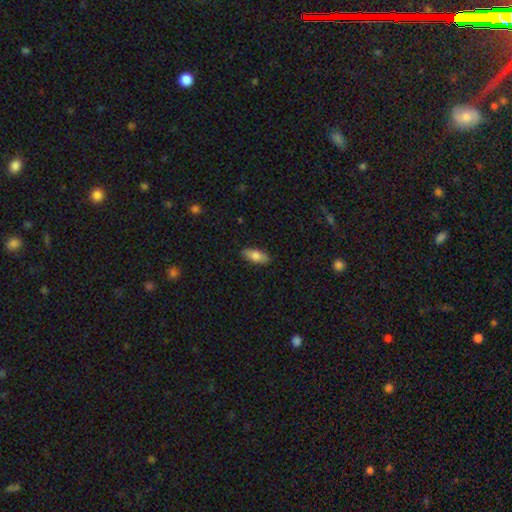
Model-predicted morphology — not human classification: Smooth or featured? Predicted: smooth (p=0.77). How rounded? Predicted: in between (p=0.80). Merging? Predicted: none (p=0.89).